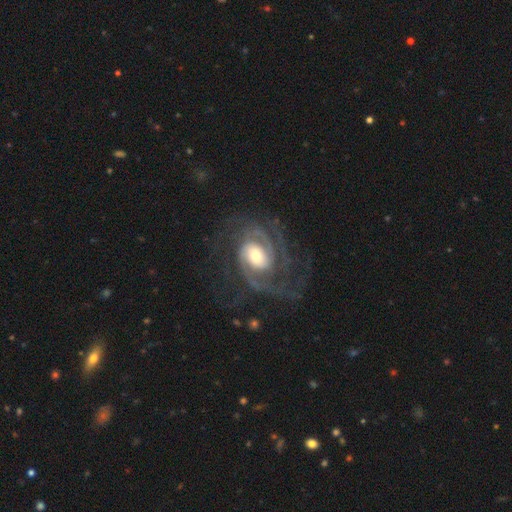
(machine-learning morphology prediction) type=featured or disk (91%); edge-on=no (98%); bar=no (47%); spiral arms=yes (98%); winding=tight (48%); arm count=2 (45%); bulge=moderate (56%); merging=none (65%).